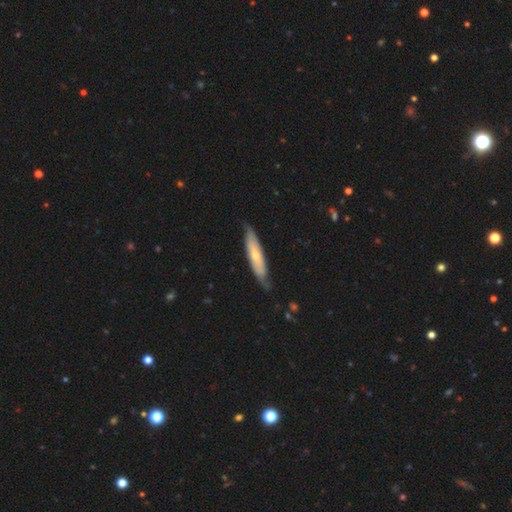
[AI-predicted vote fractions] A featured or disk galaxy (50%) viewed edge-on (50%, tied with no). Merging: none (71%).